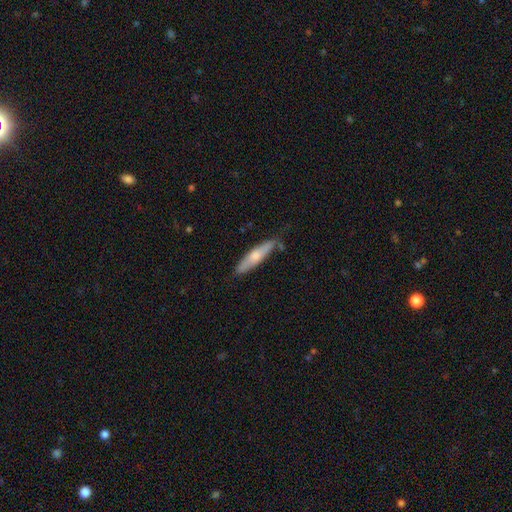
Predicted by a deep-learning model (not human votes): Smooth or featured: smooth — 61% (featured or disk — 34%)
How rounded: cigar-shaped — 79% (in between — 19%)
Merging: none — 78% (minor disturbance — 17%)